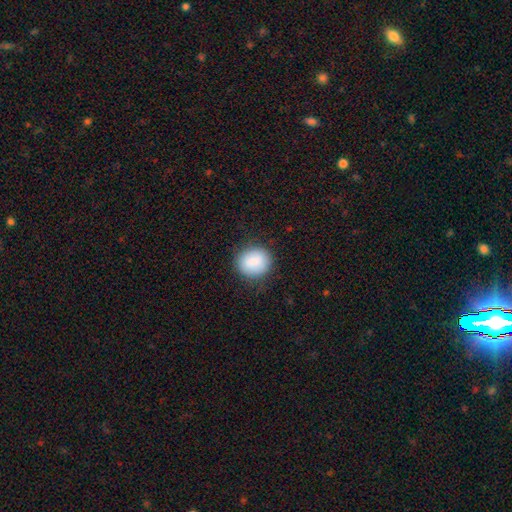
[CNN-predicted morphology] smooth 87%, star or artifact 7%, featured or disk 5%. Down the decision tree: how rounded — round (76%); merging — none (84%).